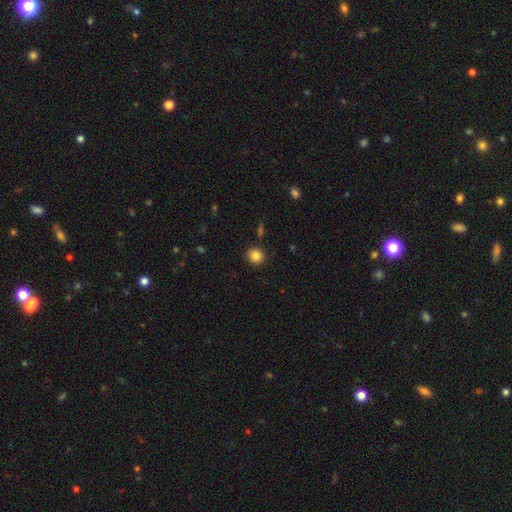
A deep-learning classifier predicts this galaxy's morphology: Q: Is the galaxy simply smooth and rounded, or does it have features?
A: smooth — 85%.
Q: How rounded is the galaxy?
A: round — 89%.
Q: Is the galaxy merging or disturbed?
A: none — 90%.